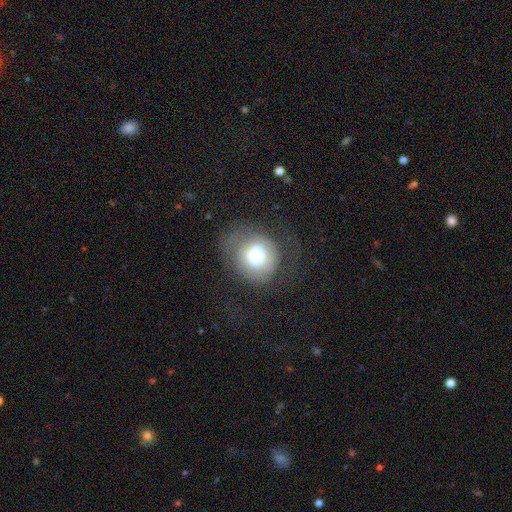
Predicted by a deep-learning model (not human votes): smooth_or_featured: smooth (p=0.58) [alt: featured or disk p=0.33]
how_rounded: round (p=0.76) [alt: in between p=0.23]
merging: none (p=0.51) [alt: major disturbance p=0.27]